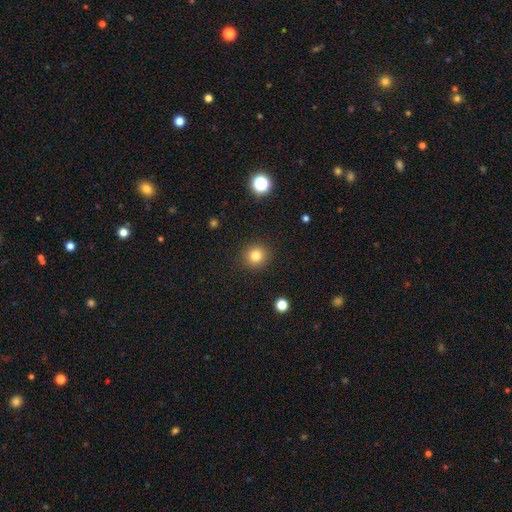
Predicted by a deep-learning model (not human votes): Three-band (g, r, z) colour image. It shows a smooth galaxy with no disk features (81%) that is round (93%). Merging: none (91%).